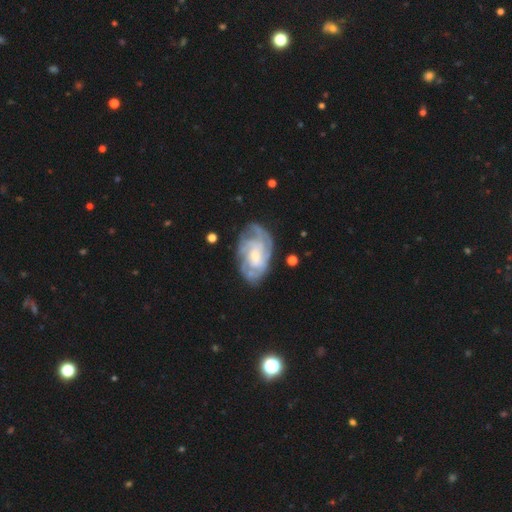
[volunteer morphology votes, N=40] Smooth or featured?
  - featured or disk: 78% *
  - star or artifact: 12%
  - smooth: 10%
Edge-on disk?
  - no: 100% *
  - yes: 0%
Bar?
  - no: 55% *
  - weak: 35%
  - strong: 10%
Spiral arms?
  - yes: 100% *
  - no: 0%
Spiral winding?
  - medium: 42% *
  - tight: 39%
  - loose: 19%
Spiral arm count?
  - 4: 32% * (tied)
  - can't tell: 32% * (tied)
  - more than 4: 26%
  - 3: 10%
  - 1: 0%
  - 2: 0%
Bulge size?
  - small: 58% *
  - moderate: 26%
  - large: 13%
  - dominant: 3%
  - none: 0%
Merging?
  - none: 77% *
  - minor disturbance: 23%
  - major disturbance: 0%
  - merger: 0%